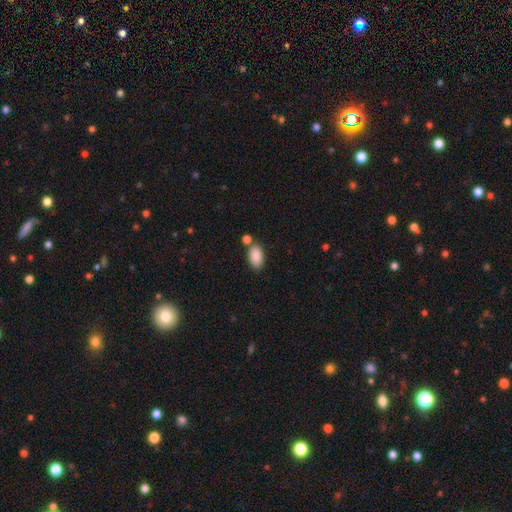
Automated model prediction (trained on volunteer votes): Smooth or featured? smooth (88%)
How rounded? in between (93%)
Merging? none (68%)